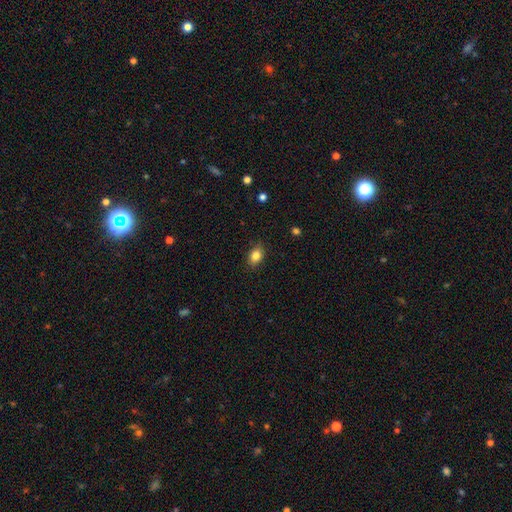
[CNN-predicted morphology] Smooth or featured? smooth (83%)
How rounded? in between (73%)
Merging? none (84%)